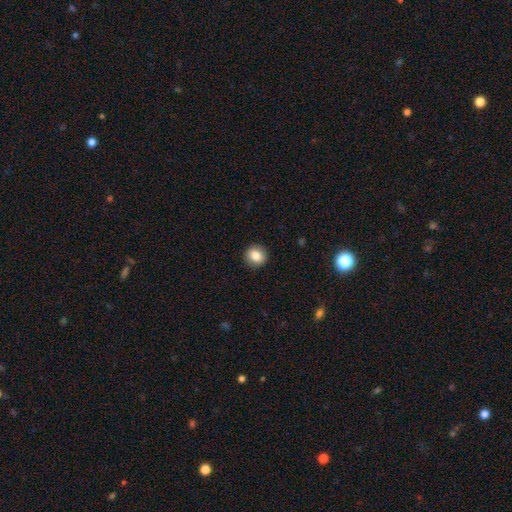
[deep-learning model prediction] A smooth galaxy with no disk features (83%) that is round (88%). Merging: none (92%).